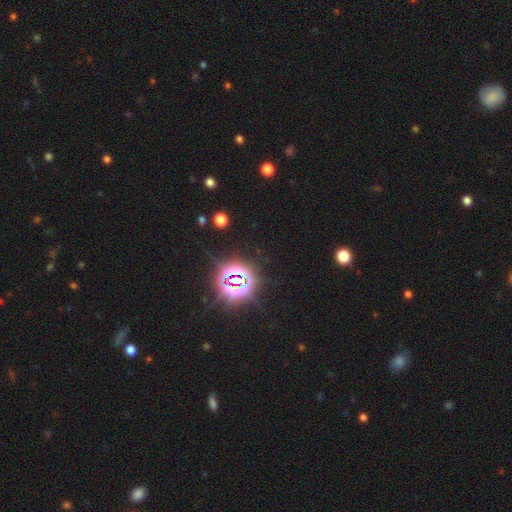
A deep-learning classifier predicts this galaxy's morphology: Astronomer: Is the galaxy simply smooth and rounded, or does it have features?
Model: star or artifact — 85%.